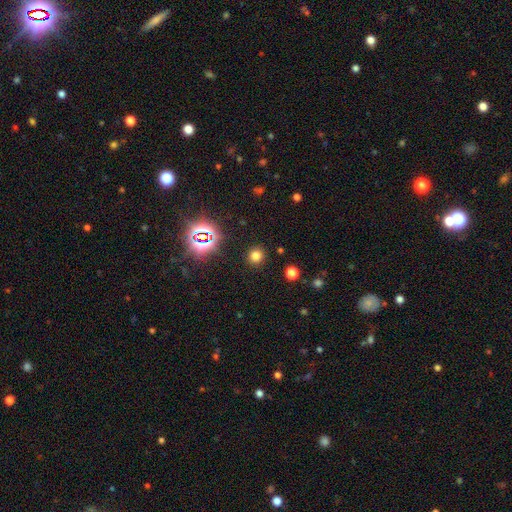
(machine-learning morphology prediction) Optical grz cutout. It shows a smooth galaxy with no disk features (72%) that is round (91%). Merging: none (90%).